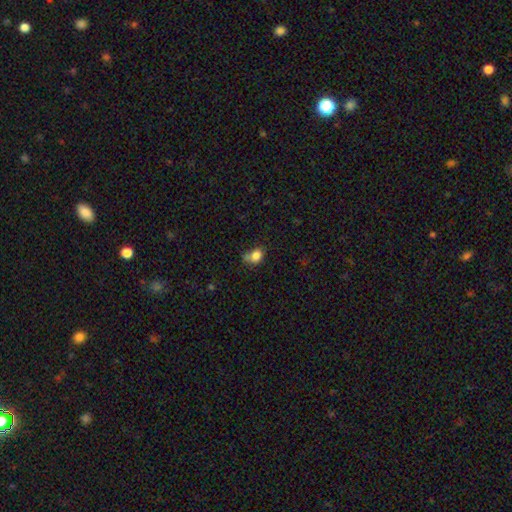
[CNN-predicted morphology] smooth 82%, star or artifact 11%, featured or disk 8%. Down the decision tree: how rounded — in between (57%); merging — none (41%).